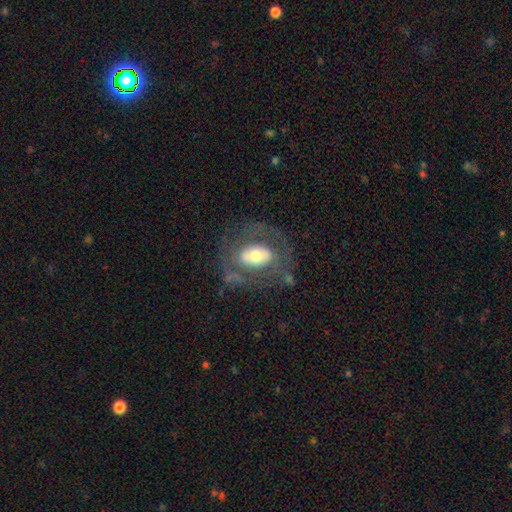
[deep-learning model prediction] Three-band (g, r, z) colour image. It shows a featured or disk galaxy (54%). Merging: none (62%).